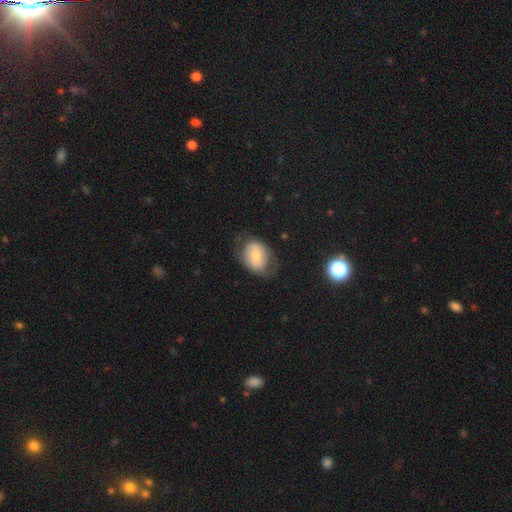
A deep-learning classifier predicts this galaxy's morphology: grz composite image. It shows a smooth galaxy with no disk features (61%) that is in between round and cigar-shaped (69%). Merging: none (59%).